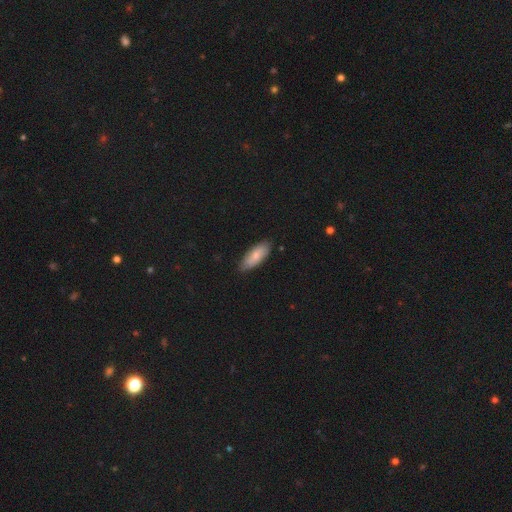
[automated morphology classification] Smooth or featured? Predicted: smooth (p=0.74). How rounded? Predicted: in between (p=0.76). Merging? Predicted: none (p=0.81).